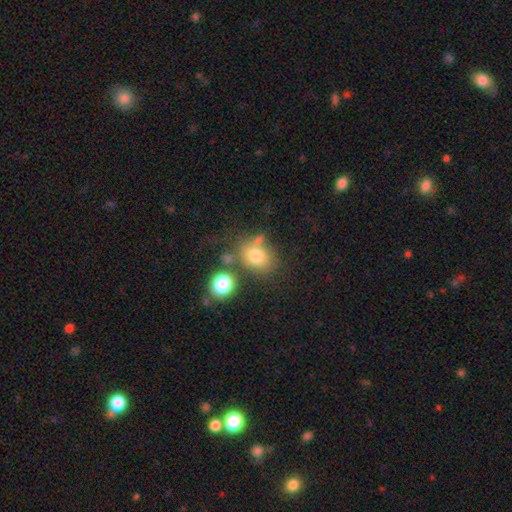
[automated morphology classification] This appears to be a smooth galaxy with no disk features (74%) that is round (55%). Merging: none (53%).